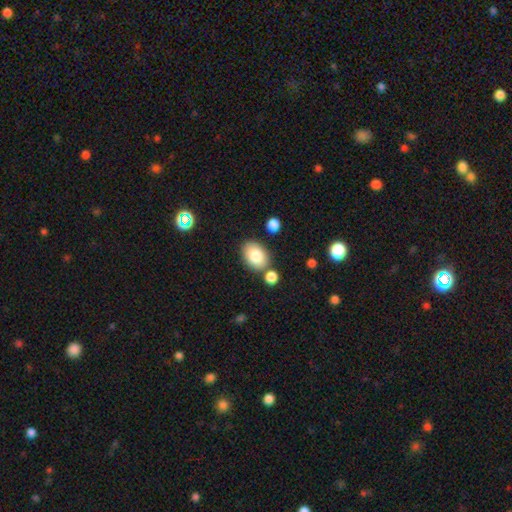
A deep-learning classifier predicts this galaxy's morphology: Smooth or featured: smooth — 82% (featured or disk — 10%)
How rounded: in between — 81% (round — 18%)
Merging: none — 75% (minor disturbance — 11%)